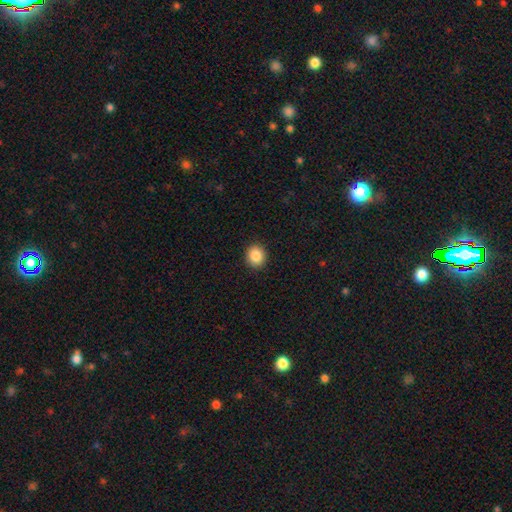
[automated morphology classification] smooth_or_featured: smooth (p=0.87) [alt: star or artifact p=0.09]
how_rounded: round (p=0.81) [alt: in between p=0.18]
merging: none (p=0.92) [alt: minor disturbance p=0.06]